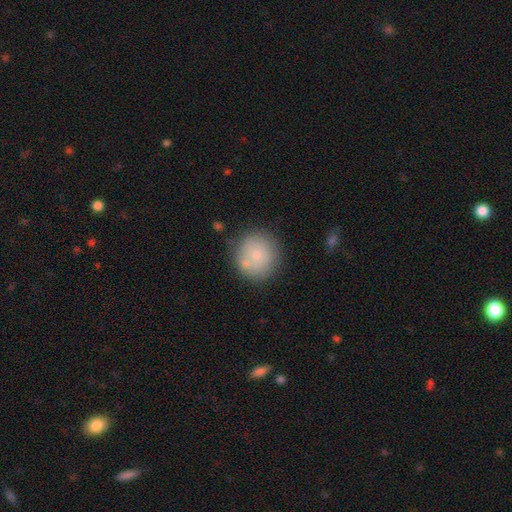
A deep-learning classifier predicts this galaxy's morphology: smooth 74%, featured or disk 17%, star or artifact 9%. Down the decision tree: how rounded — round (92%); merging — none (71%).